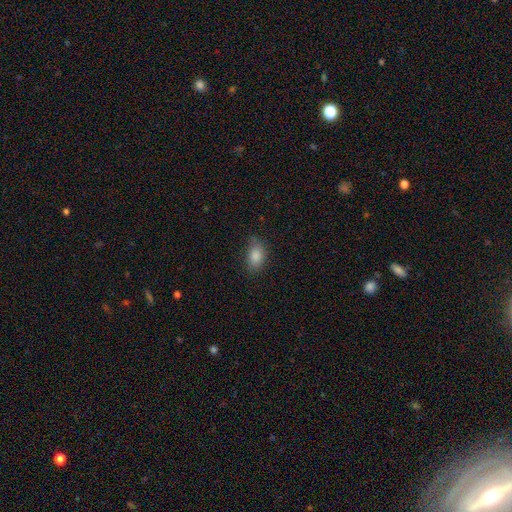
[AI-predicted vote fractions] Smooth or featured?
  - smooth: 86% *
  - star or artifact: 9%
  - featured or disk: 6%
How rounded?
  - in between: 86% *
  - round: 12%
  - cigar-shaped: 2%
Merging?
  - none: 73% *
  - minor disturbance: 21%
  - major disturbance: 5%
  - merger: 1%